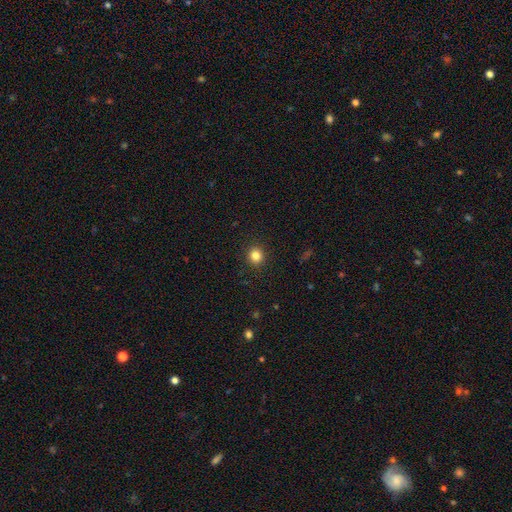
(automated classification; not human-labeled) smooth_or_featured: smooth (p=0.83) [alt: star or artifact p=0.12]
how_rounded: round (p=0.88) [alt: in between p=0.11]
merging: none (p=0.92) [alt: minor disturbance p=0.05]